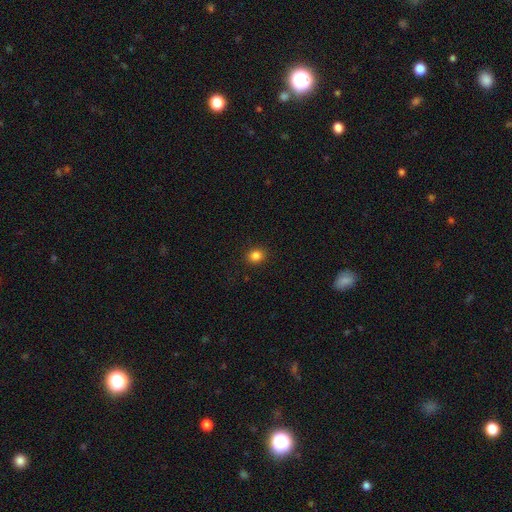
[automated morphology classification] Overall: smooth (84%). How rounded: round (74%). Merging: none (90%).